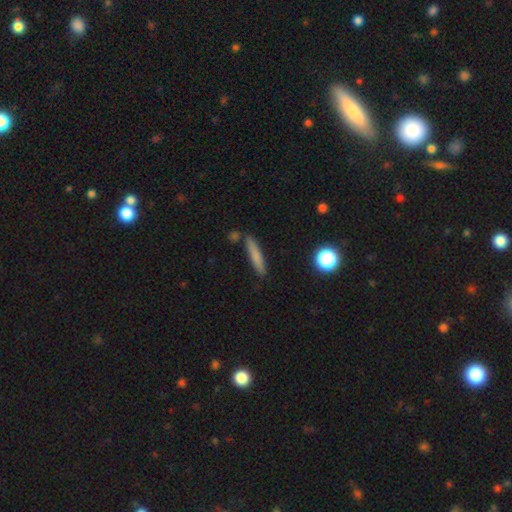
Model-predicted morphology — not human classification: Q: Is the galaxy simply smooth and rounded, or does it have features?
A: smooth — 75%.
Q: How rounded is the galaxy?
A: cigar-shaped — 89%.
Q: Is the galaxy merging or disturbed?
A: none — 82%.